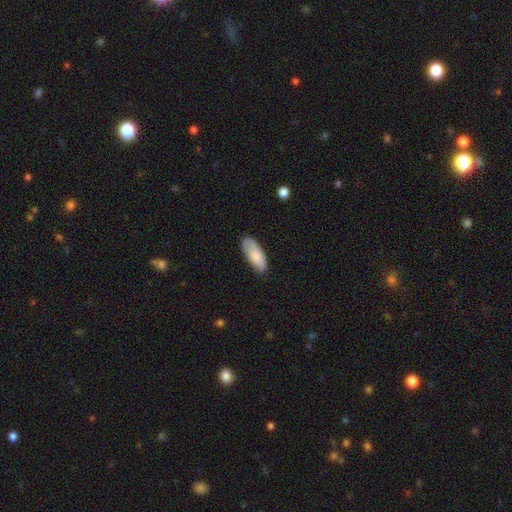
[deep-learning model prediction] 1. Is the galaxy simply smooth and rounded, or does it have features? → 81% smooth, 13% featured or disk, 6% star or artifact.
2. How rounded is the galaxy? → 82% in between, 16% cigar-shaped, 2% round.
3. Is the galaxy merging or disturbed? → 77% none, 18% minor disturbance, 3% major disturbance, 1% merger.